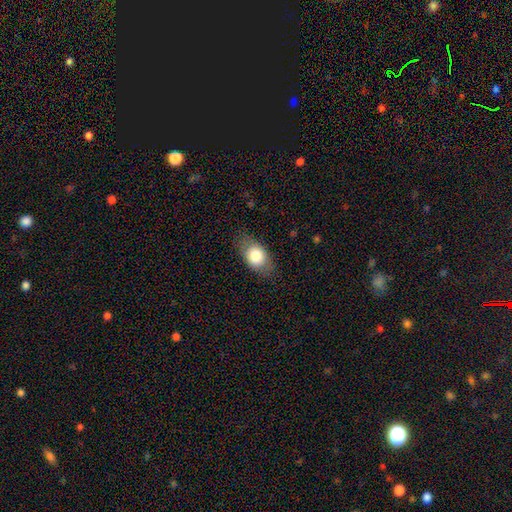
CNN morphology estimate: A smooth galaxy with no disk features (77%) that is in between round and cigar-shaped (80%). Merging: none (78%).